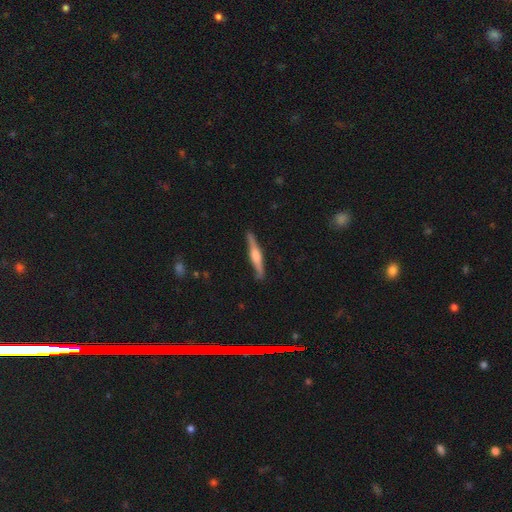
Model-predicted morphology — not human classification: This appears to be a featured or disk galaxy (65%) viewed edge-on (97%) with a rounded central bulge (68%). Merging: none (87%).